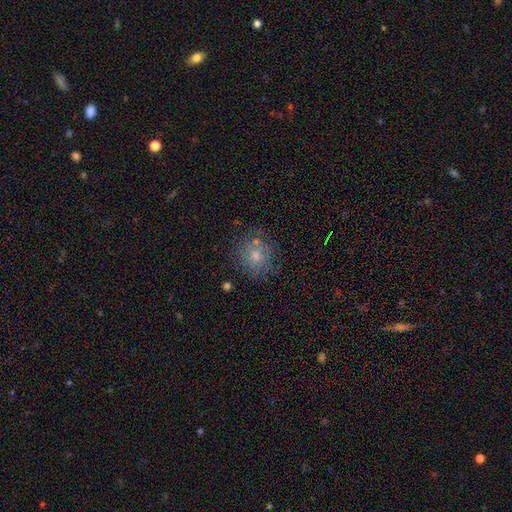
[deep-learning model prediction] A smooth galaxy with no disk features (63%) that is round (86%).

Vote fractions:
- Smooth or featured? smooth: 63% / star or artifact: 20% / featured or disk: 17%
- How rounded? round: 86% / in between: 13% / cigar-shaped: 1%
- Merging? none: 76% / minor disturbance: 14% / merger: 6% / major disturbance: 5%